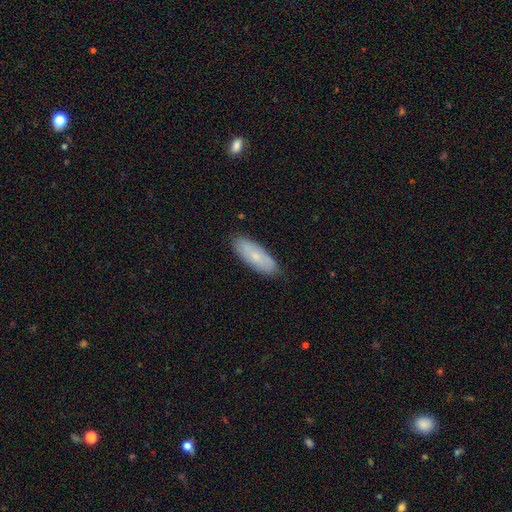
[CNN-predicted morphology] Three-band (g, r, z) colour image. It shows a smooth galaxy with no disk features (66%) that is in between round and cigar-shaped (71%). Merging: none (86%).